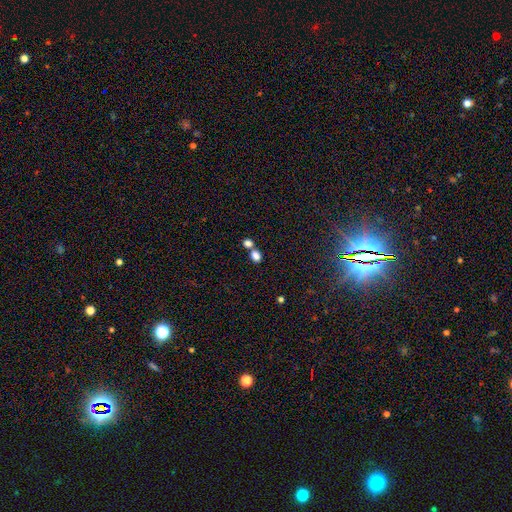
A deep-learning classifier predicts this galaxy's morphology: The model was most divided on "how rounded": in between: 56%, round: 43%, cigar-shaped: 2%. More confident: smooth or featured — smooth (79%); merging — none (53%).